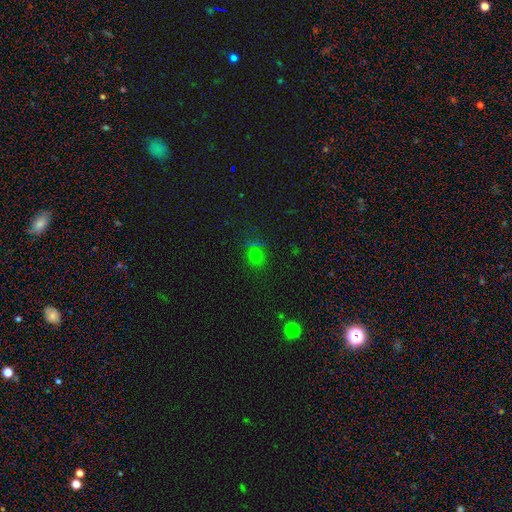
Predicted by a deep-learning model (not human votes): The model was most divided on "smooth or featured": smooth: 66%, star or artifact: 26%, featured or disk: 7%. More confident: how rounded — round (80%); merging — none (76%).